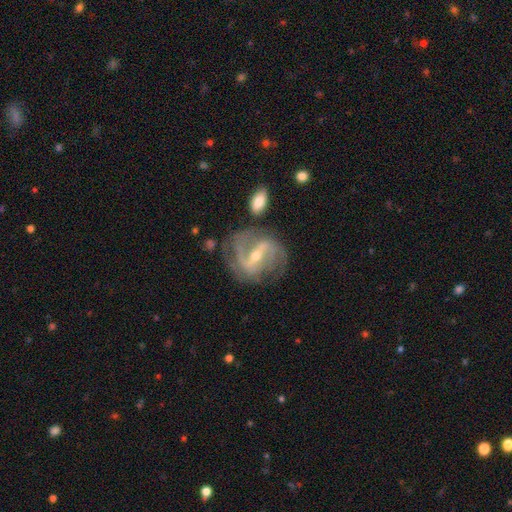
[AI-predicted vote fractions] featured or disk 88%, smooth 6%, star or artifact 6%. Down the decision tree: edge-on disk — no (95%); bar — strong (60%); spiral arms — yes (94%); spiral arm count — 2 (73%); spiral winding — medium (46%); bulge size — small (57%); merging — none (67%).